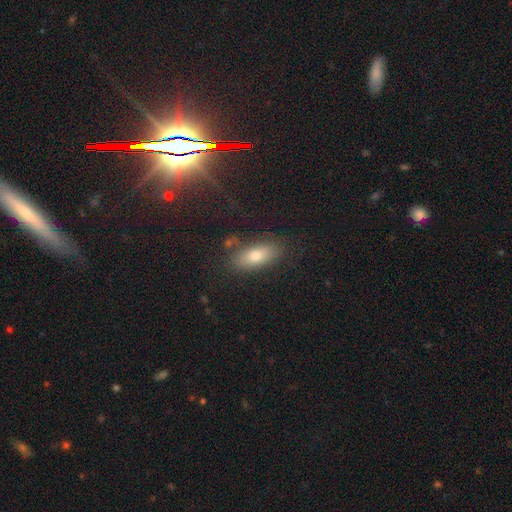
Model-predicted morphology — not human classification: Smooth or featured? smooth (73%)
How rounded? in between (81%)
Merging? none (79%)